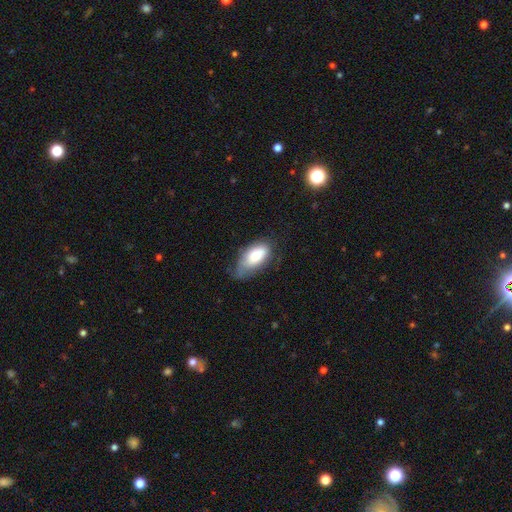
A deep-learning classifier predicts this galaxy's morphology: smooth_or_featured: smooth (p=0.79) [alt: featured or disk p=0.15]
how_rounded: in between (p=0.92) [alt: cigar-shaped p=0.06]
merging: minor disturbance (p=0.41) [alt: none p=0.39]